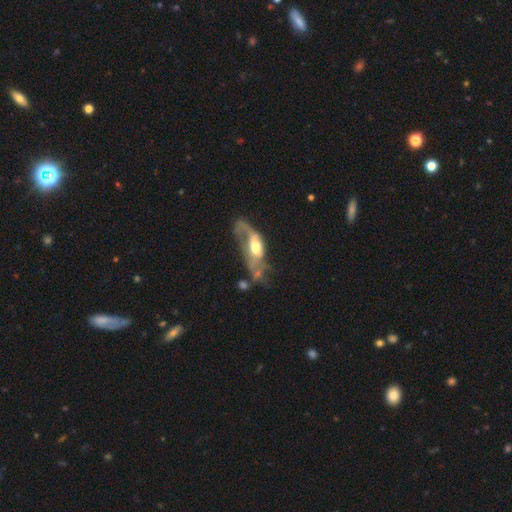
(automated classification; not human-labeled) A featured or disk galaxy (66%) with no bar (55%), spiral arms (61%) and a moderate central bulge (60%).

Vote fractions:
- Smooth or featured? featured or disk: 66% / smooth: 27% / star or artifact: 7%
- Edge-on disk? no: 84% / yes: 16%
- Bar? no: 55% / weak: 31% / strong: 14%
- Spiral arms? yes: 61% / no: 39%
- Bulge size? moderate: 60% / large: 26% / small: 9% / dominant: 2% / none: 2%
- Merging? major disturbance: 43% / none: 23% / minor disturbance: 18% / merger: 16%